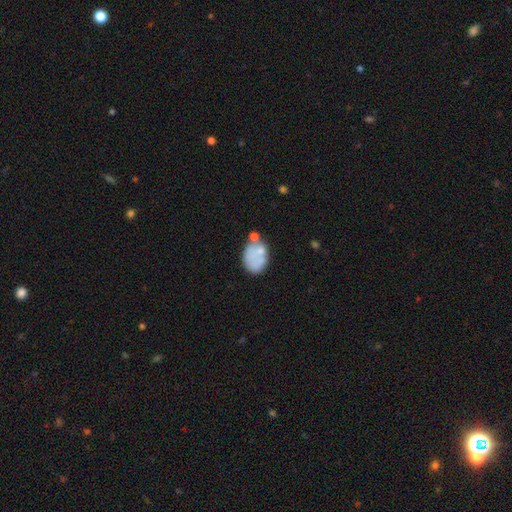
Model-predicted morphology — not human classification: Smooth or featured? Predicted: smooth (p=0.64). How rounded? Predicted: in between (p=0.74). Merging? Predicted: none (p=0.43).